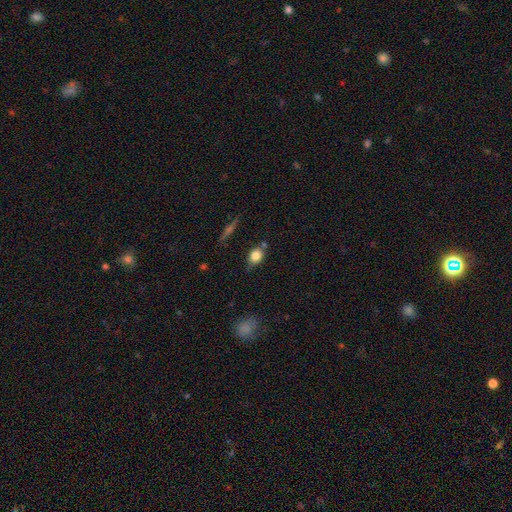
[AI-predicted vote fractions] Morphology: type=smooth (80%); roundness=in between (54%); merging=none (64%).